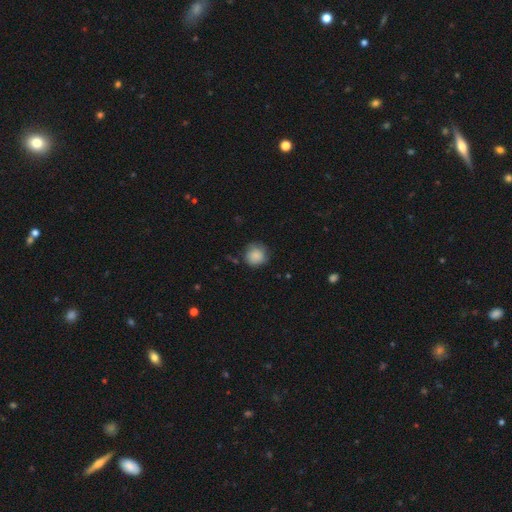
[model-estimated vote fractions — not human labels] smooth_or_featured: smooth (p=0.86) [alt: star or artifact p=0.08]
how_rounded: round (p=0.90) [alt: in between p=0.09]
merging: none (p=0.72) [alt: minor disturbance p=0.21]